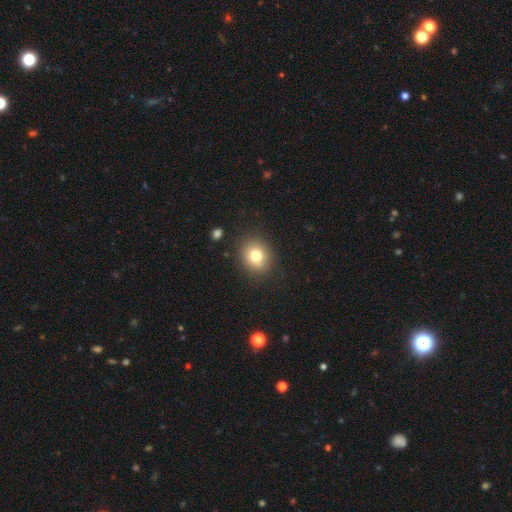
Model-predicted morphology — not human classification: Overall: smooth (77%). How rounded: round (72%). Merging: none (86%).